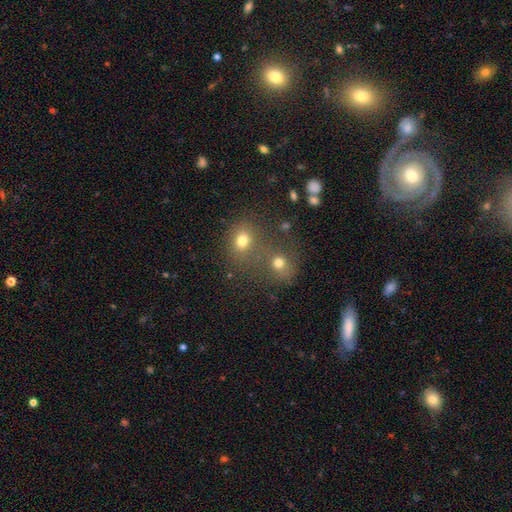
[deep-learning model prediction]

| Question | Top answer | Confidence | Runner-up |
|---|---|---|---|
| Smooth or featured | smooth | 47% | star or artifact (27%) |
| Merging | none | 62% | merger (20%) |